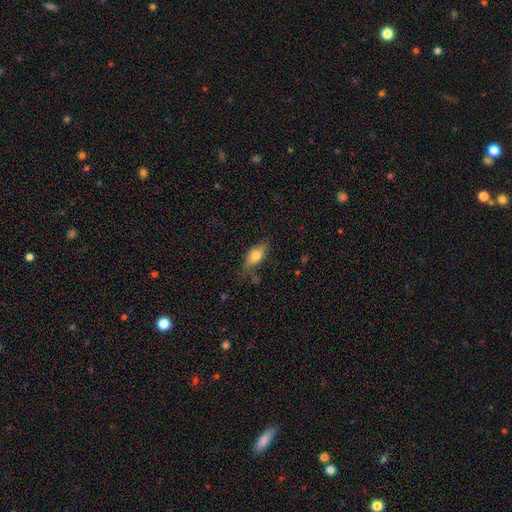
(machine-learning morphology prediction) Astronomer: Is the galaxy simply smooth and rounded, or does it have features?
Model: smooth — 77%.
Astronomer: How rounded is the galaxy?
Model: in between — 87%.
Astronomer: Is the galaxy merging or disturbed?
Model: none — 65%.